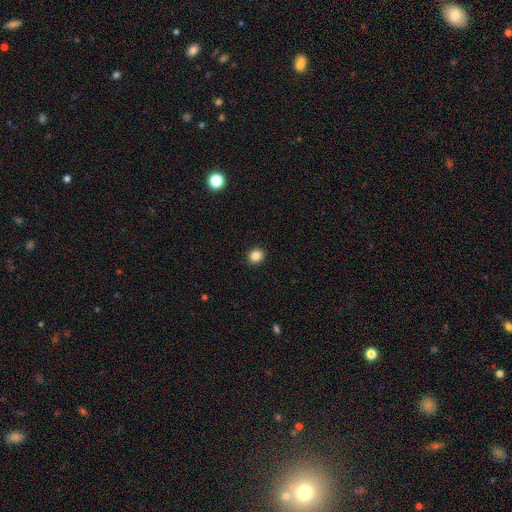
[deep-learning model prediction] A smooth galaxy with no disk features (87%) that is round (73%).

Vote fractions:
- Smooth or featured? smooth: 87% / star or artifact: 10% / featured or disk: 3%
- How rounded? round: 73% / in between: 26% / cigar-shaped: 1%
- Merging? none: 92% / minor disturbance: 5% / major disturbance: 2% / merger: 1%